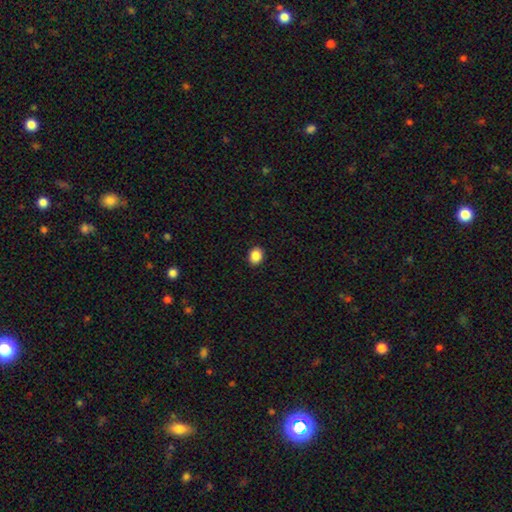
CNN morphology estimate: This is clearly a smooth galaxy (87%). How rounded: possibly round (51%). Merging: clearly none (91%).